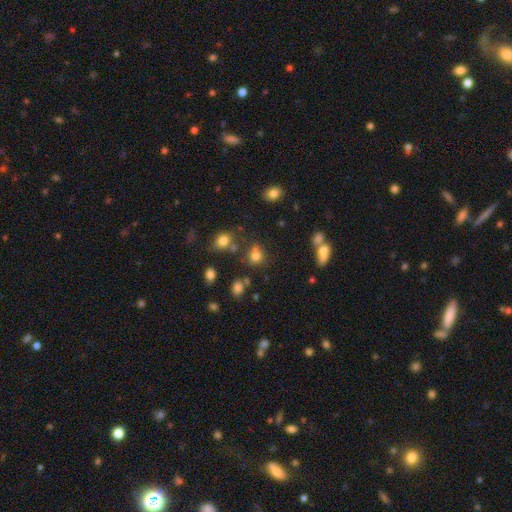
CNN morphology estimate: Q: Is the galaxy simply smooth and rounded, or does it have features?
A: smooth — 74%.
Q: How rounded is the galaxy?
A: round — 69%.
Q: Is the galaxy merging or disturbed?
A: none — 58%.